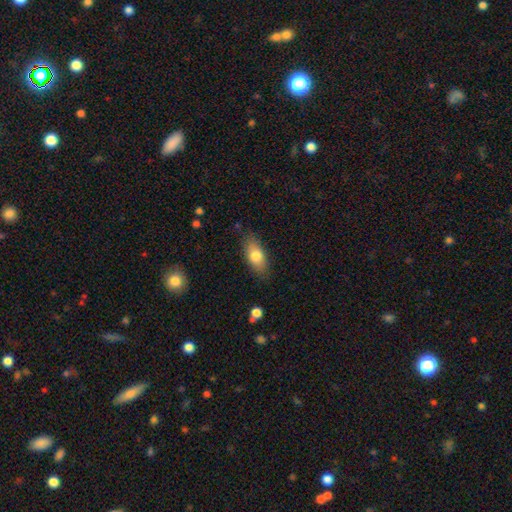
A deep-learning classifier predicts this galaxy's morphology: This is likely a smooth galaxy (78%). How rounded: clearly in between (84%). Merging: likely none (80%).